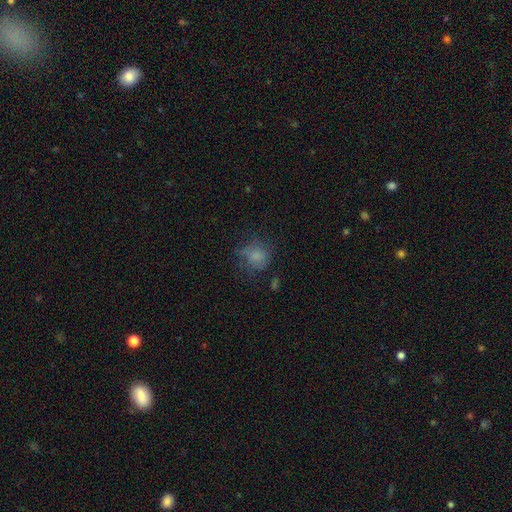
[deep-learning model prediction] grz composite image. It shows a smooth galaxy with no disk features (73%) that is round (76%). Merging: none (55%).